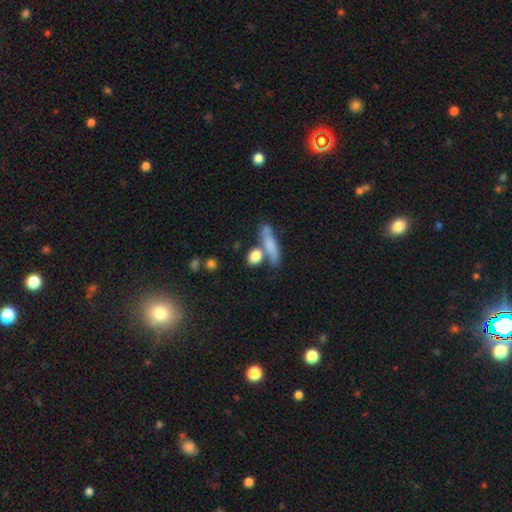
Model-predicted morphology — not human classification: Q: Smooth or featured?
A: smooth (79%); runner-up: featured or disk (12%)
Q: How rounded?
A: in between (42%); runner-up: round (36%)
Q: Merging?
A: none (56%); runner-up: merger (23%)